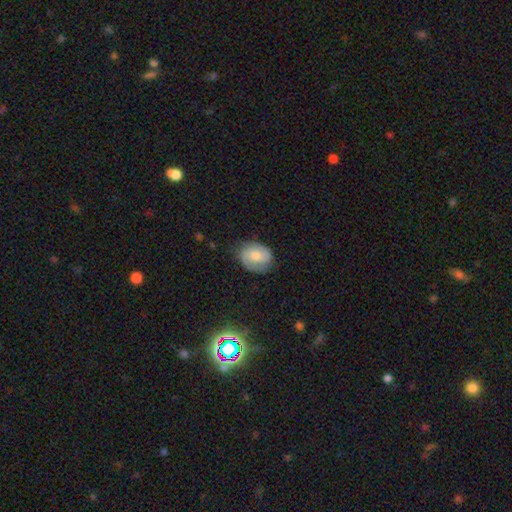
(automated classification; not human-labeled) Q: Smooth or featured?
A: smooth (47%); runner-up: featured or disk (46%)
Q: Merging?
A: none (74%); runner-up: minor disturbance (20%)